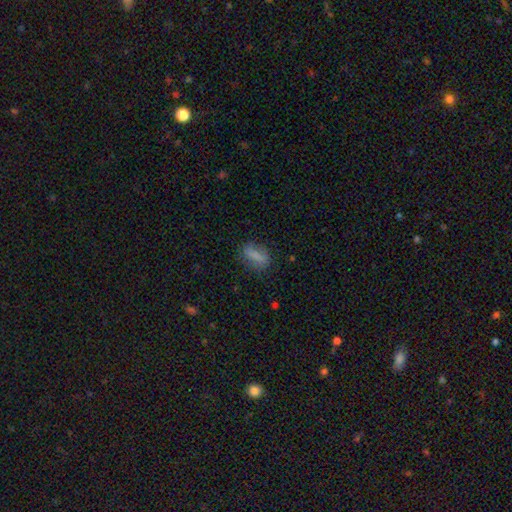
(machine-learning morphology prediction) Q: Smooth or featured?
A: smooth (77%); runner-up: featured or disk (14%)
Q: How rounded?
A: in between (65%); runner-up: cigar-shaped (27%)
Q: Merging?
A: none (75%); runner-up: minor disturbance (17%)